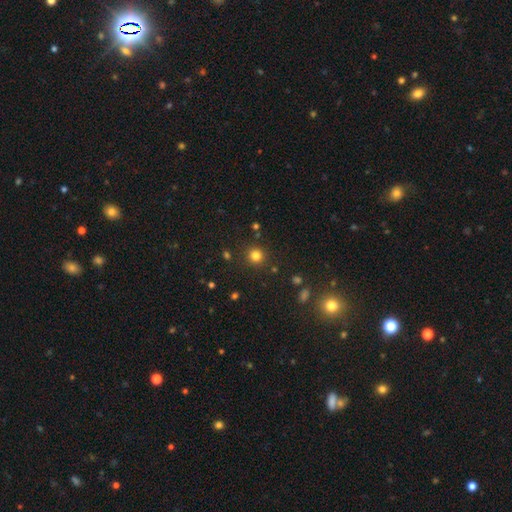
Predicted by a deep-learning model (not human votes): Smooth or featured: smooth — 80% (star or artifact — 15%)
How rounded: round — 93% (in between — 6%)
Merging: none — 89% (minor disturbance — 6%)